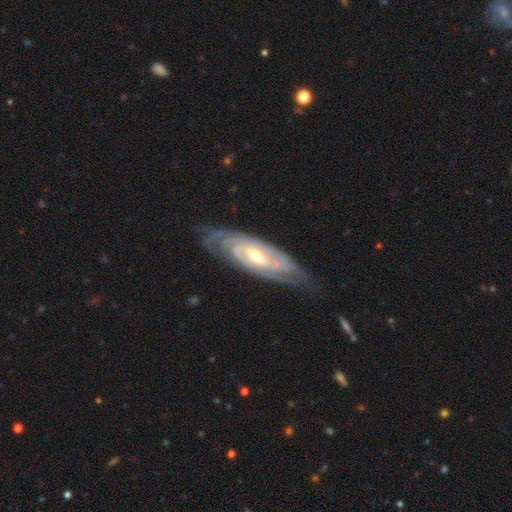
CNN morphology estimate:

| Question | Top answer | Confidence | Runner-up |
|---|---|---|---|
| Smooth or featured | featured or disk | 86% | smooth (9%) |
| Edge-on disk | no | 86% | yes (14%) |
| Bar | weak | 42% | no (38%) |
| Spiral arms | yes | 95% | no (5%) |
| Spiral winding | tight | 71% | medium (24%) |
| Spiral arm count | can't tell | 39% | 2 (29%) |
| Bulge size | moderate | 52% | small (44%) |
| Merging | none | 74% | minor disturbance (18%) |